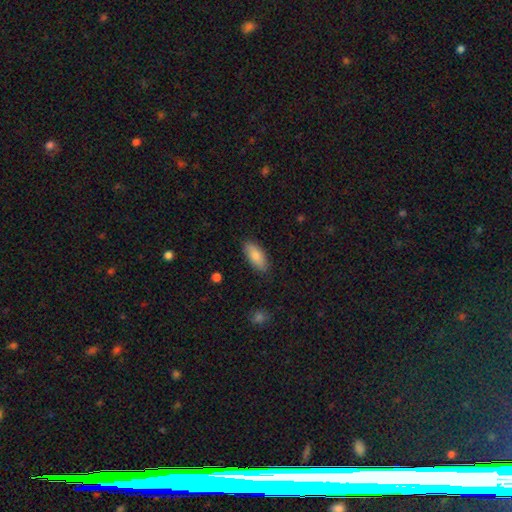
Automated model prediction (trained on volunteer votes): Smooth or featured?
  - smooth: 82% *
  - featured or disk: 12%
  - star or artifact: 6%
How rounded?
  - in between: 84% *
  - cigar-shaped: 14%
  - round: 2%
Merging?
  - none: 86% *
  - minor disturbance: 11%
  - major disturbance: 2%
  - merger: 1%